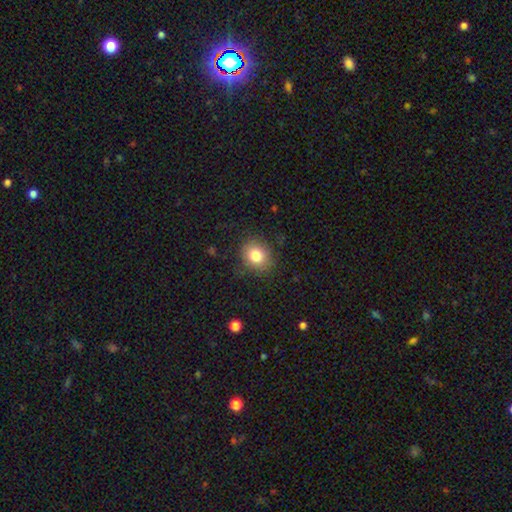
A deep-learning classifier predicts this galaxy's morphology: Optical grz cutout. It shows a smooth galaxy with no disk features (81%) that is round (67%). Merging: none (84%).